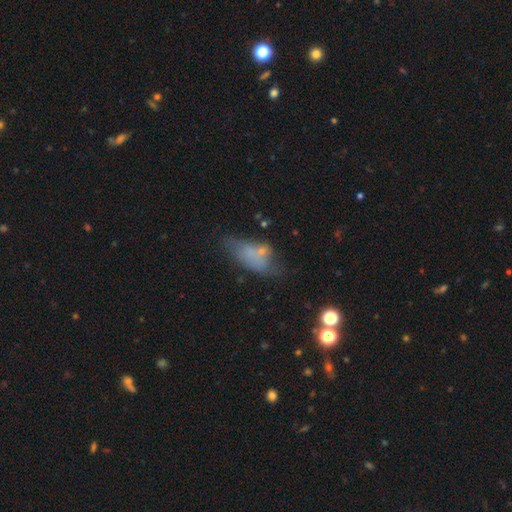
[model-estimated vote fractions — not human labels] smooth_or_featured: smooth (p=0.57) [alt: featured or disk p=0.28]
how_rounded: in between (p=0.82) [alt: cigar-shaped p=0.12]
merging: none (p=0.36) [alt: minor disturbance p=0.28]